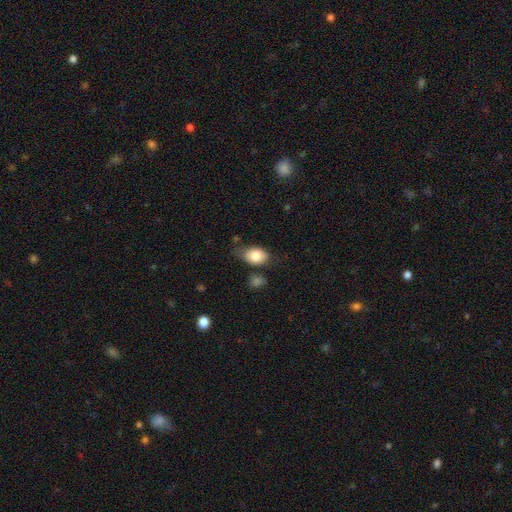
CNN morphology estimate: smooth-or-featured: smooth: 83% | featured or disk: 10% | star or artifact: 7%
  how-rounded: in between: 82% | round: 17% | cigar-shaped: 1%
  merging: none: 61% | minor disturbance: 24% | major disturbance: 7% | merger: 7%